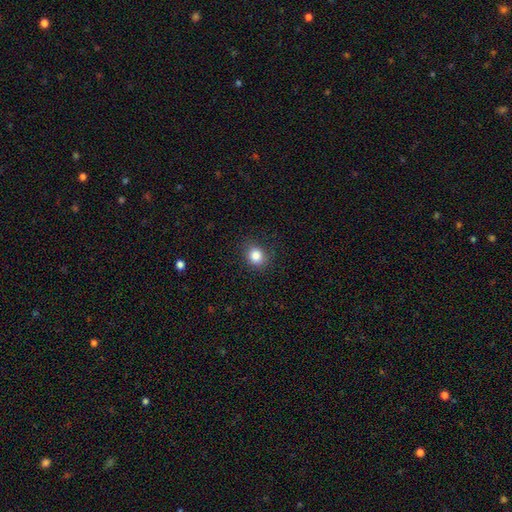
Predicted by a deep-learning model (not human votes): This is clearly a smooth galaxy (85%). How rounded: likely round (73%). Merging: clearly none (84%).